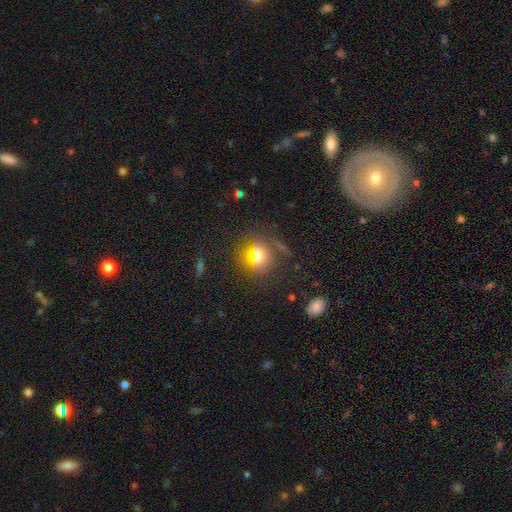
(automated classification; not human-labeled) Morphology: type=smooth (62%); roundness=round (83%); merging=none (84%).